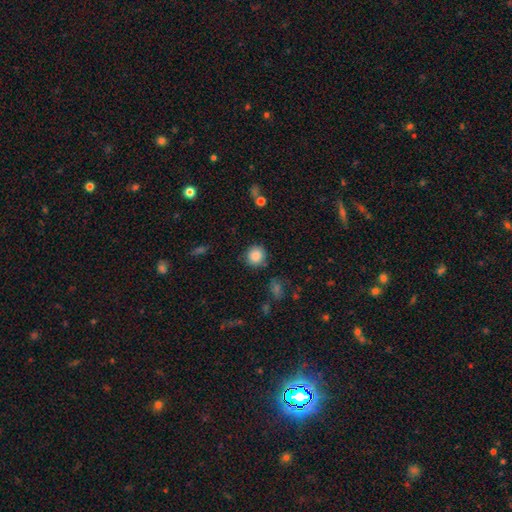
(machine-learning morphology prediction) Smooth or featured? Predicted: smooth (p=0.87). How rounded? Predicted: round (p=0.91). Merging? Predicted: none (p=0.85).